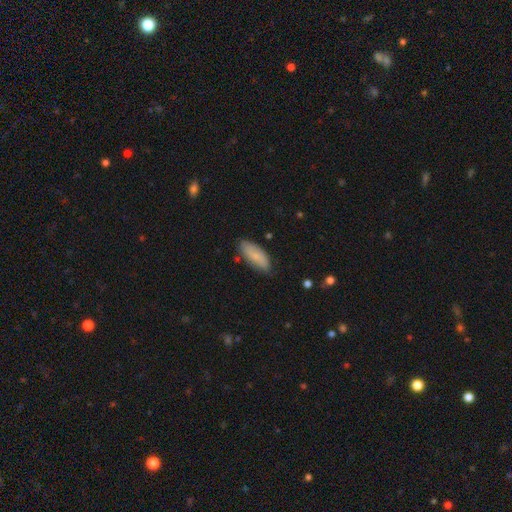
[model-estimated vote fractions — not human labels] Overall: smooth (76%). How rounded: in between (80%). Merging: none (77%).